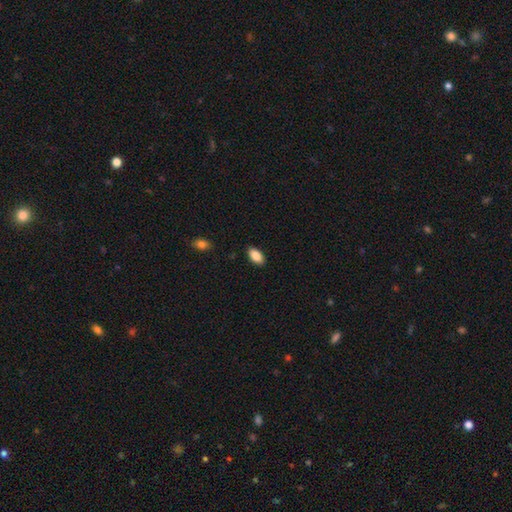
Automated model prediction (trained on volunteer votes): Overall: smooth (88%). How rounded: in between (92%). Merging: none (88%).